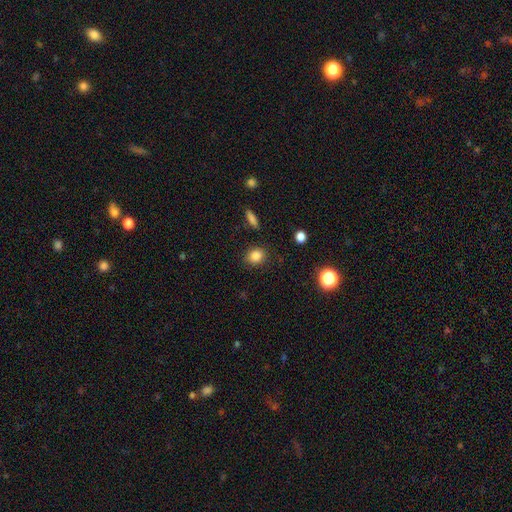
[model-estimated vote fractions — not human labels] Morphology: type=smooth (85%); roundness=round (65%); merging=none (86%).